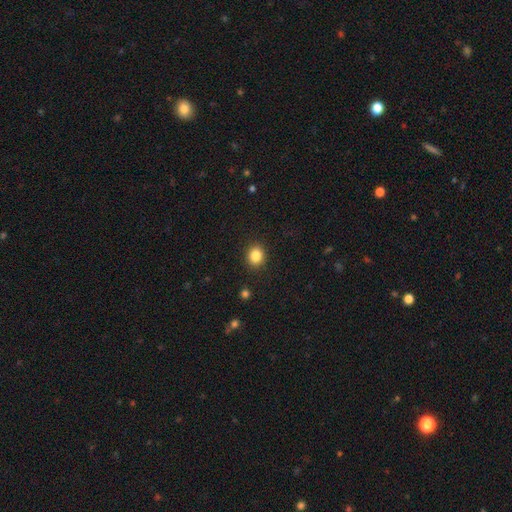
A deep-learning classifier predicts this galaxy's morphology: Q: Smooth or featured?
A: smooth (85%); runner-up: star or artifact (10%)
Q: How rounded?
A: round (72%); runner-up: in between (27%)
Q: Merging?
A: none (91%); runner-up: minor disturbance (6%)